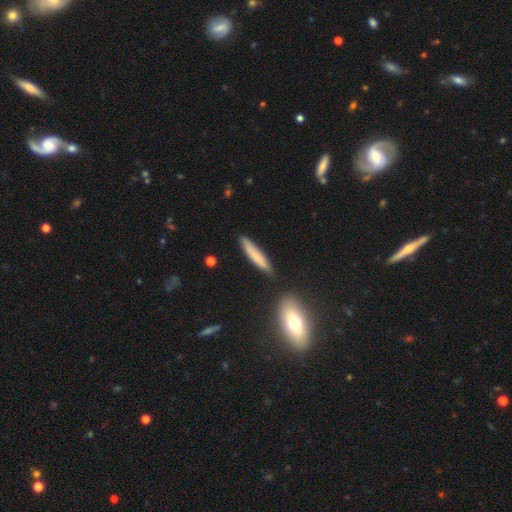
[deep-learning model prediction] The model was most divided on "smooth or featured": smooth: 73%, featured or disk: 20%, star or artifact: 6%. More confident: how rounded — cigar-shaped (90%); merging — none (82%).